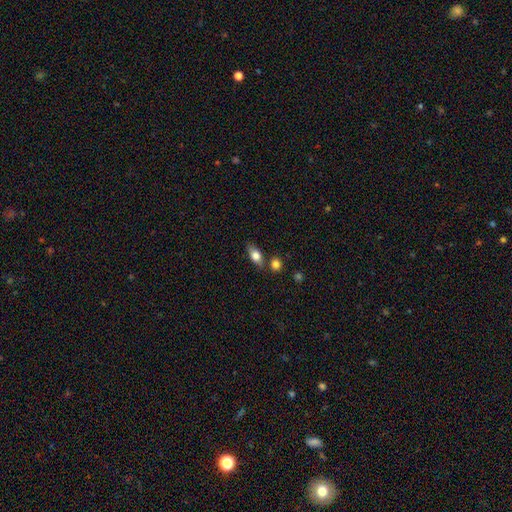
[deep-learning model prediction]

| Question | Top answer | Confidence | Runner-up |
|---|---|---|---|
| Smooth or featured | smooth | 76% | featured or disk (16%) |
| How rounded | in between | 82% | cigar-shaped (11%) |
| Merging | none | 71% | minor disturbance (14%) |